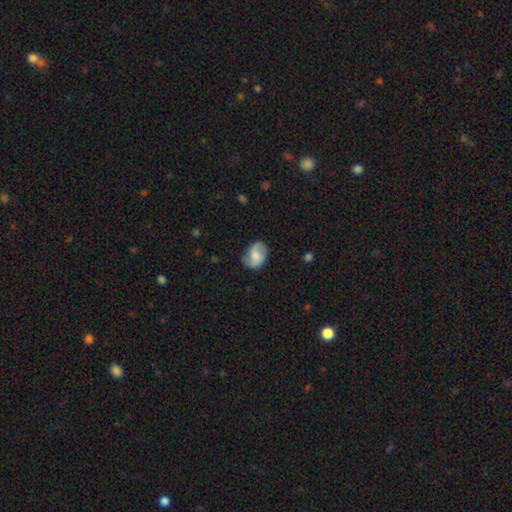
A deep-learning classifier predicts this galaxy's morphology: The model was most divided on "smooth or featured": smooth: 47%, featured or disk: 45%, star or artifact: 7%. More confident: merging — none (74%).